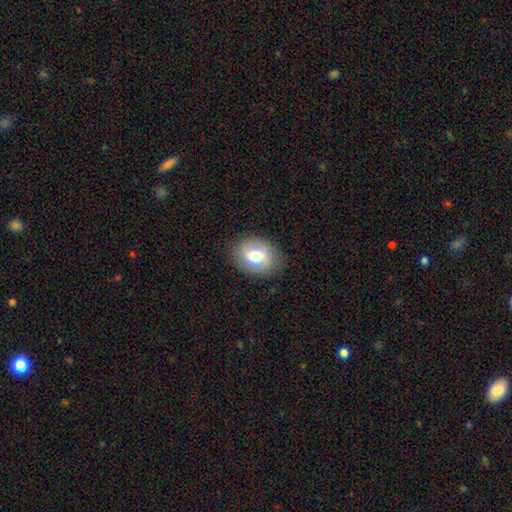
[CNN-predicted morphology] Smooth or featured? Predicted: smooth (p=0.51). How rounded? Predicted: in between (p=0.64). Merging? Predicted: none (p=0.83).